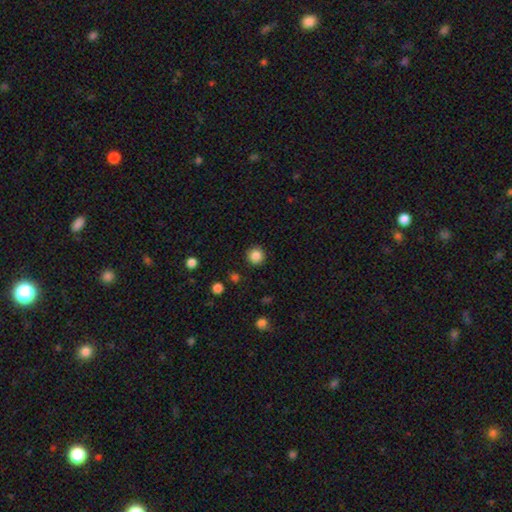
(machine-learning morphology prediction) Smooth or featured: smooth — 85% (star or artifact — 11%)
How rounded: round — 95% (in between — 4%)
Merging: none — 91% (minor disturbance — 5%)